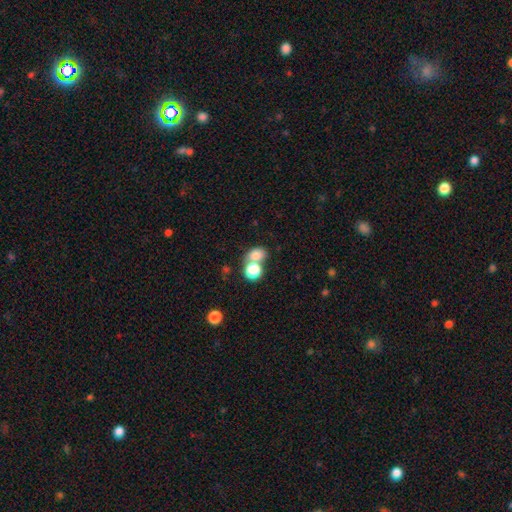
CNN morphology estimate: A smooth galaxy with no disk features (78%) that is in between round and cigar-shaped (51%).

Vote fractions:
- Smooth or featured? smooth: 78% / star or artifact: 13% / featured or disk: 9%
- How rounded? in between: 51% / round: 48% / cigar-shaped: 1%
- Merging? merger: 47% / none: 41% / minor disturbance: 8% / major disturbance: 4%